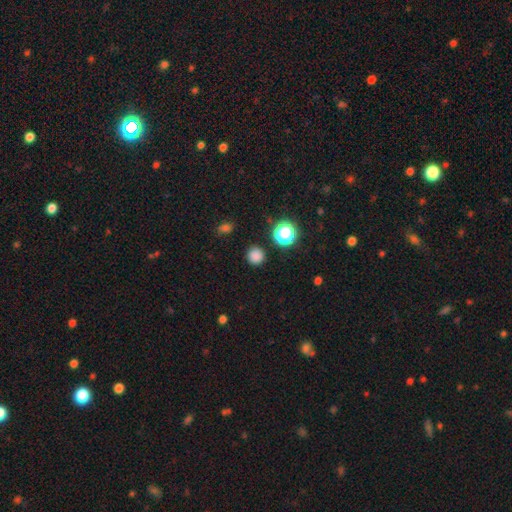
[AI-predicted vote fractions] A smooth galaxy with no disk features (80%) that is round (94%). Merging: none (89%).